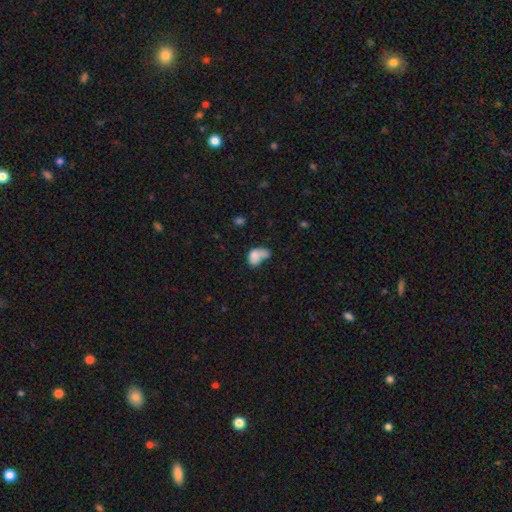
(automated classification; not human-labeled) This appears to be a smooth galaxy with no disk features (71%) that is in between round and cigar-shaped (79%). Merging: merger (42%).